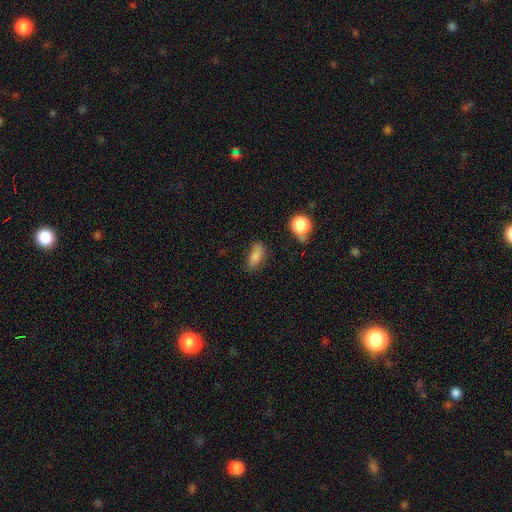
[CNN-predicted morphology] Smooth or featured? smooth (81%)
How rounded? in between (80%)
Merging? none (70%)